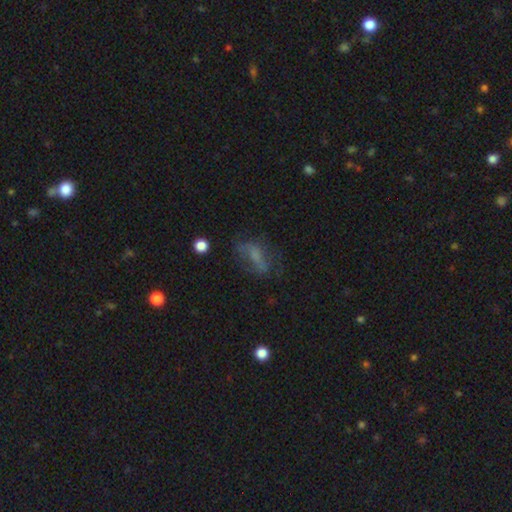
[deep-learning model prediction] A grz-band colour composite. It shows a smooth galaxy with no disk features (47%). Merging: none (50%).